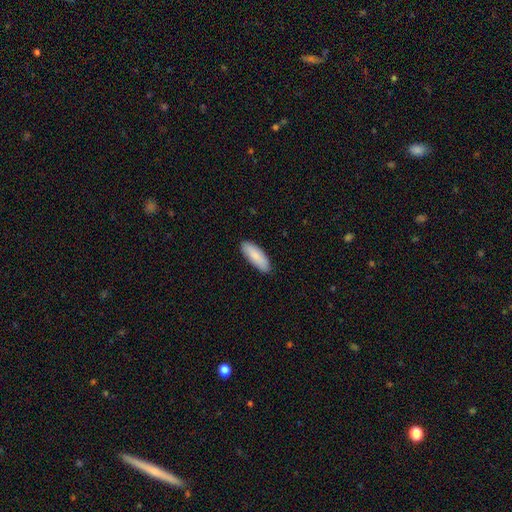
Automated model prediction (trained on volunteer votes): Smooth or featured: smooth — 86% (featured or disk — 8%)
How rounded: in between — 64% (cigar-shaped — 35%)
Merging: none — 88% (minor disturbance — 9%)